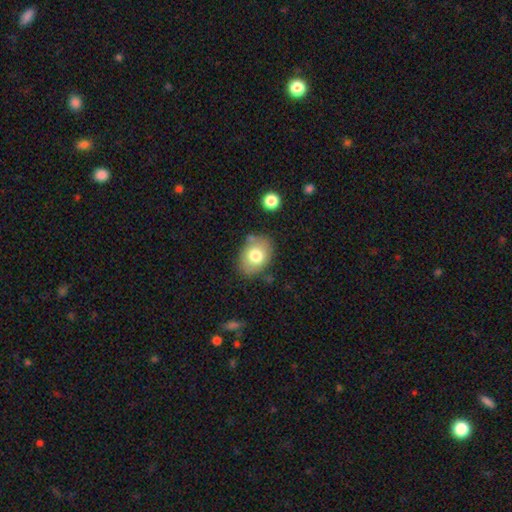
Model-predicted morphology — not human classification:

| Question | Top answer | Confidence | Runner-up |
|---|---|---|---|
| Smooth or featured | smooth | 76% | featured or disk (16%) |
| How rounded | in between | 72% | round (27%) |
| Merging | none | 74% | minor disturbance (17%) |